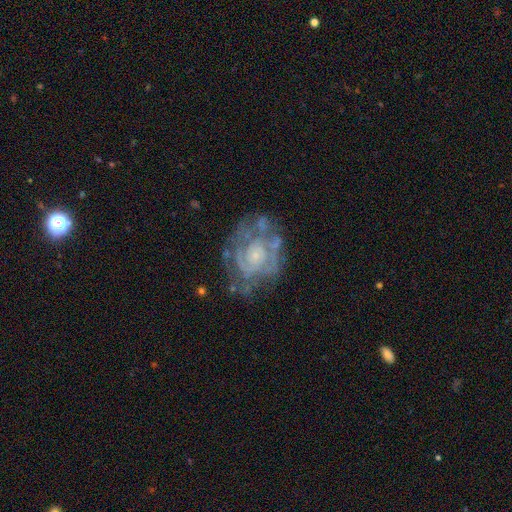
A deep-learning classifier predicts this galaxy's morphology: A featured or disk galaxy (82%) with no bar (77%), tight (63%) spiral arms (81%) and a small central bulge (67%).

Vote fractions:
- Smooth or featured? featured or disk: 82% / smooth: 11% / star or artifact: 8%
- Edge-on disk? no: 98% / yes: 2%
- Bar? no: 77% / weak: 19% / strong: 4%
- Spiral arms? yes: 81% / no: 19%
- Spiral winding? tight: 63% / medium: 29% / loose: 9%
- Spiral arm count? can't tell: 44% / 2: 25% / 3: 14% / 4: 7% / 1: 6% / more than 4: 5%
- Bulge size? small: 67% / moderate: 19% / none: 10% / large: 2% / dominant: 1%
- Merging? none: 59% / minor disturbance: 21% / major disturbance: 16% / merger: 4%